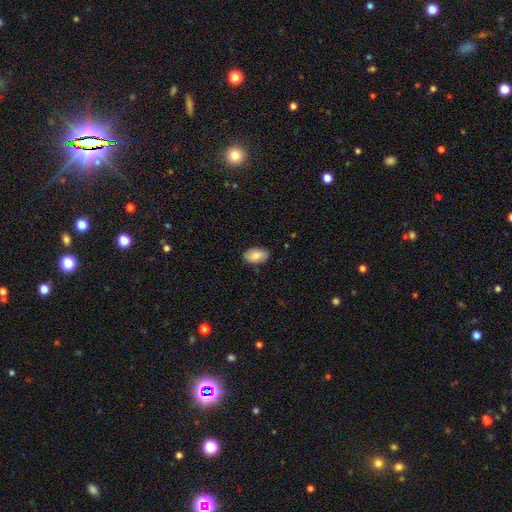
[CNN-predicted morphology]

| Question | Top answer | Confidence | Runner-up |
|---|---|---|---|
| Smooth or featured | smooth | 84% | featured or disk (9%) |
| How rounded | in between | 93% | round (5%) |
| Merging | none | 85% | minor disturbance (11%) |